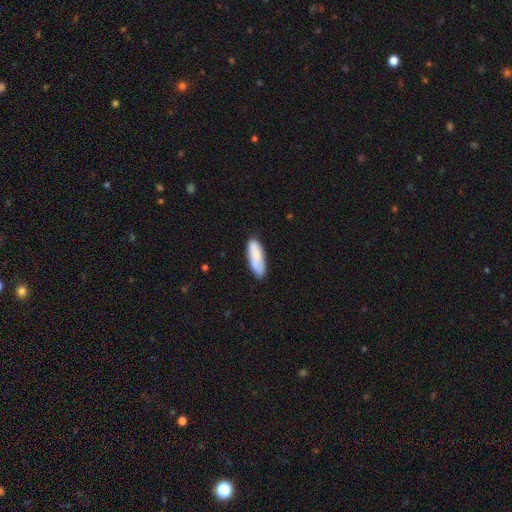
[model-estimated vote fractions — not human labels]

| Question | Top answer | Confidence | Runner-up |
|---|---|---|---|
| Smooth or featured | smooth | 76% | featured or disk (18%) |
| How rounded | in between | 61% | cigar-shaped (38%) |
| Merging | none | 79% | minor disturbance (16%) |